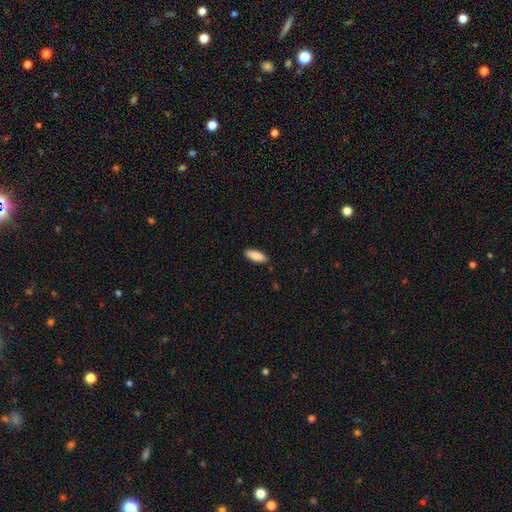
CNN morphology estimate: This is clearly a smooth galaxy (87%). How rounded: likely in between (68%). Merging: clearly none (88%).